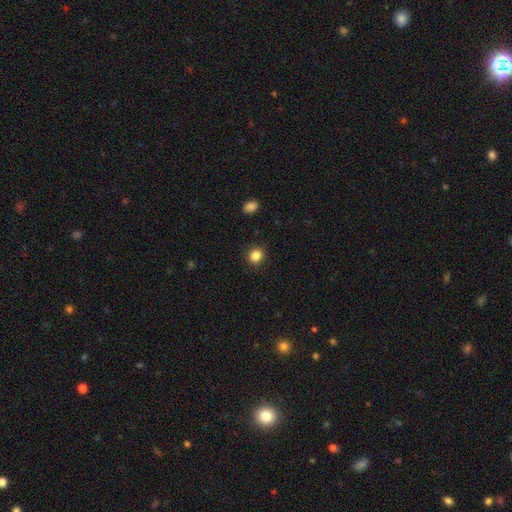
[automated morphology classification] Smooth or featured? smooth (85%)
How rounded? round (87%)
Merging? none (91%)